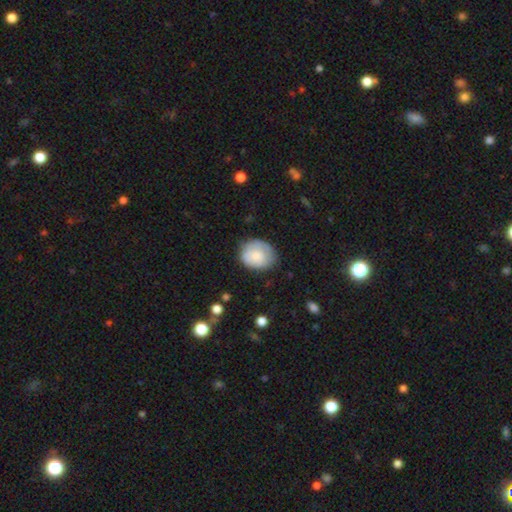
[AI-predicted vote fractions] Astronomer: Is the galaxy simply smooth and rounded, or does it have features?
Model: smooth — 73%.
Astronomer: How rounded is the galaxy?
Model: round — 57% (runner-up: in between, 42%).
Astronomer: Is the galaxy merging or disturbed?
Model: none — 66%.